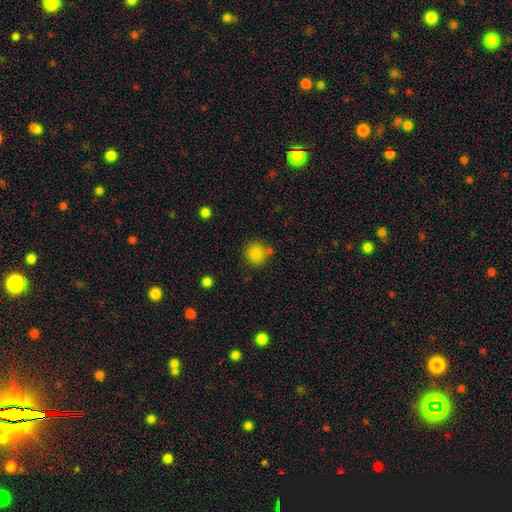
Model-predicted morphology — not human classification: This is clearly a smooth galaxy (82%). How rounded: clearly round (91%). Merging: likely none (75%).